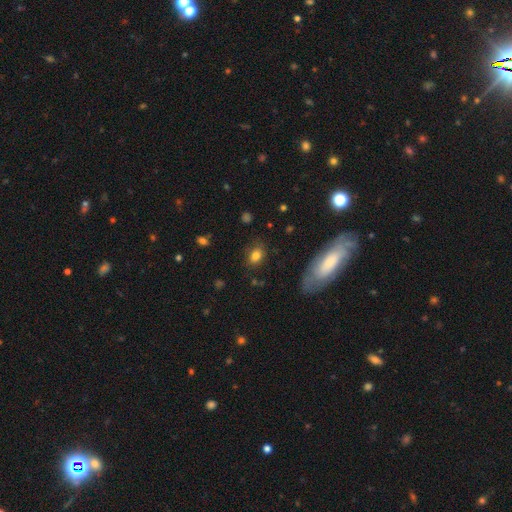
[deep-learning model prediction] Smooth or featured? Predicted: smooth (p=0.81). How rounded? Predicted: in between (p=0.68). Merging? Predicted: none (p=0.78).